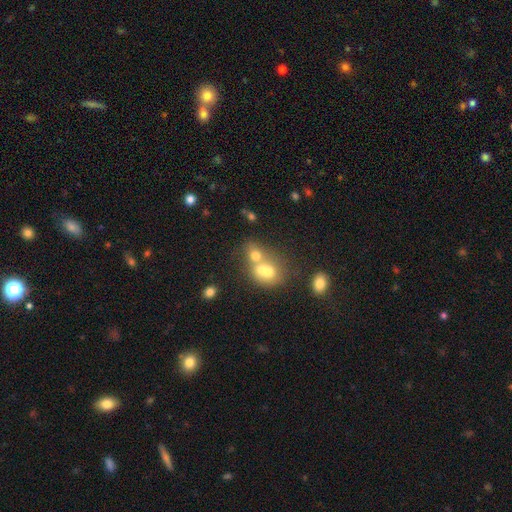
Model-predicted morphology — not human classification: Smooth or featured? smooth (65%)
How rounded? round (65%)
Merging? merger (64%)